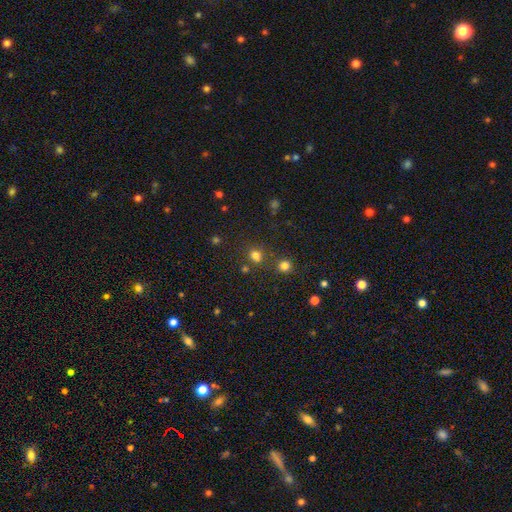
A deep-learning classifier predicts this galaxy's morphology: smooth_or_featured: smooth (p=0.73) [alt: star or artifact p=0.20]
how_rounded: round (p=0.76) [alt: in between p=0.23]
merging: none (p=0.72) [alt: merger p=0.14]